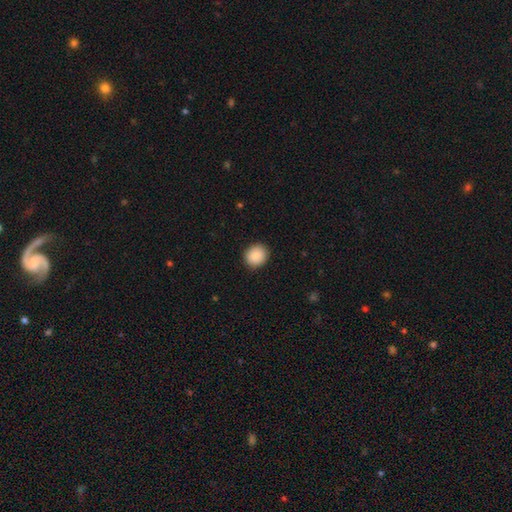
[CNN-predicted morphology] smooth_or_featured: smooth (p=0.88) [alt: star or artifact p=0.08]
how_rounded: round (p=0.81) [alt: in between p=0.18]
merging: none (p=0.91) [alt: minor disturbance p=0.06]